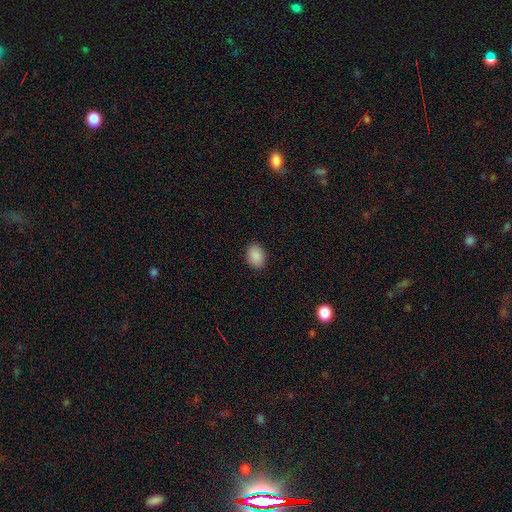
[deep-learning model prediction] A smooth galaxy with no disk features (90%) that is in between round and cigar-shaped (77%).

Vote fractions:
- Smooth or featured? smooth: 90% / star or artifact: 7% / featured or disk: 3%
- How rounded? in between: 77% / round: 22% / cigar-shaped: 1%
- Merging? none: 90% / minor disturbance: 7% / major disturbance: 2% / merger: 1%